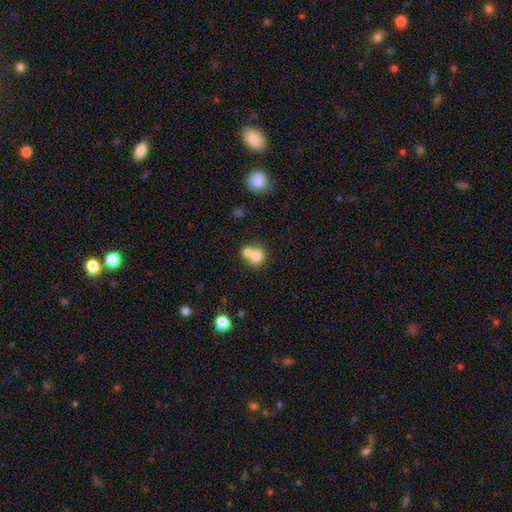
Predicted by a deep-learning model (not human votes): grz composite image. It shows a smooth galaxy with no disk features (76%) that is round (82%). Merging: merger (50%).